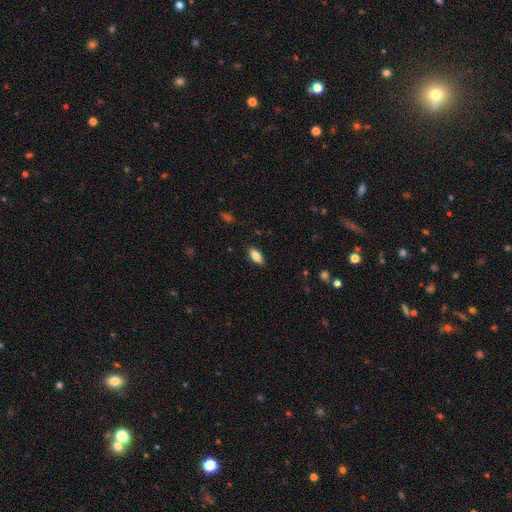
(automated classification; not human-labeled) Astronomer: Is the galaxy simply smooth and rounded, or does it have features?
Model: smooth — 79%.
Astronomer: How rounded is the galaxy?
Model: in between — 87%.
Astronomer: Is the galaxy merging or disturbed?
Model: none — 87%.